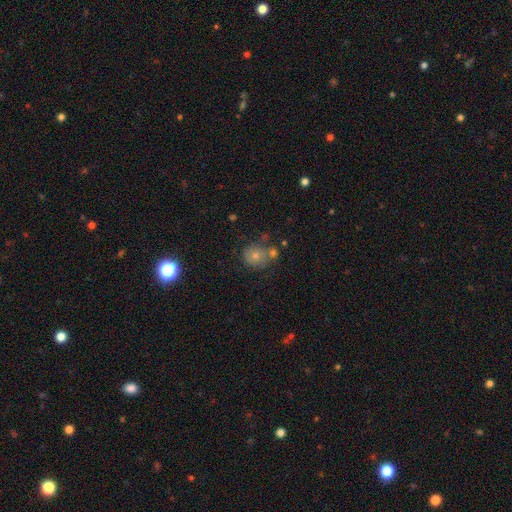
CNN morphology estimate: Smooth or featured? smooth (65%)
How rounded? round (83%)
Merging? none (55%)